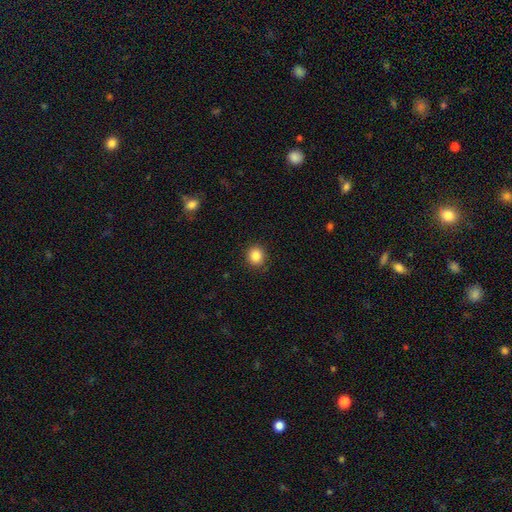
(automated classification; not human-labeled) Morphology: type=smooth (86%); roundness=round (87%); merging=none (89%).